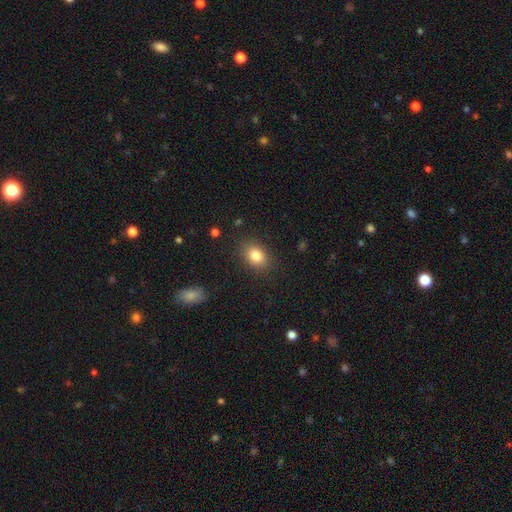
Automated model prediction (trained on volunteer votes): smooth_or_featured: smooth (p=0.82) [alt: star or artifact p=0.10]
how_rounded: in between (p=0.66) [alt: round p=0.33]
merging: none (p=0.86) [alt: minor disturbance p=0.10]